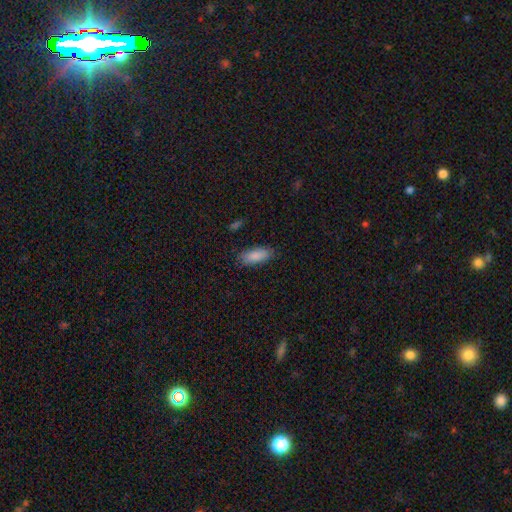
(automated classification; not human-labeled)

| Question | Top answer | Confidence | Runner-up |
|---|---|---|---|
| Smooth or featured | smooth | 88% | star or artifact (7%) |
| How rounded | in between | 79% | cigar-shaped (19%) |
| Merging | none | 84% | minor disturbance (12%) |